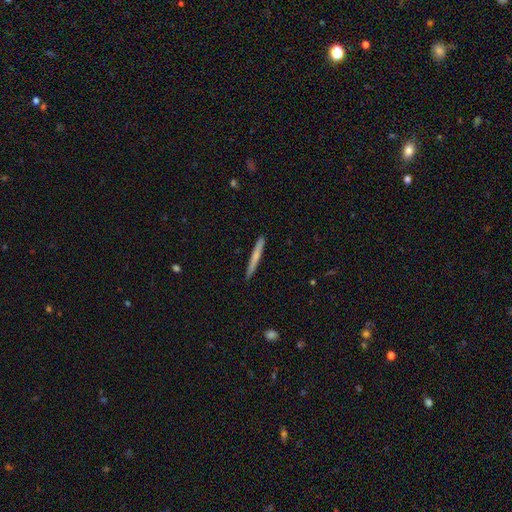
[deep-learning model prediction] Smooth or featured? Predicted: smooth (p=0.63). How rounded? Predicted: cigar-shaped (p=0.97). Merging? Predicted: none (p=0.91).